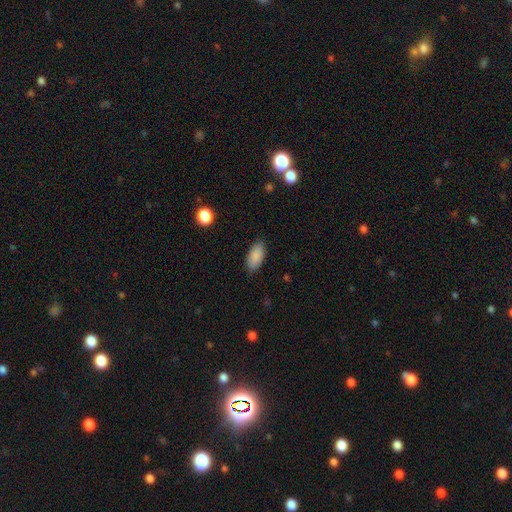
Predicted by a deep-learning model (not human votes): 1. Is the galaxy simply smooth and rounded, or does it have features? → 88% smooth, 7% star or artifact, 5% featured or disk.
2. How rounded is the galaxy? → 93% in between, 5% cigar-shaped, 2% round.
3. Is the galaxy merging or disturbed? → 86% none, 11% minor disturbance, 2% major disturbance, 1% merger.